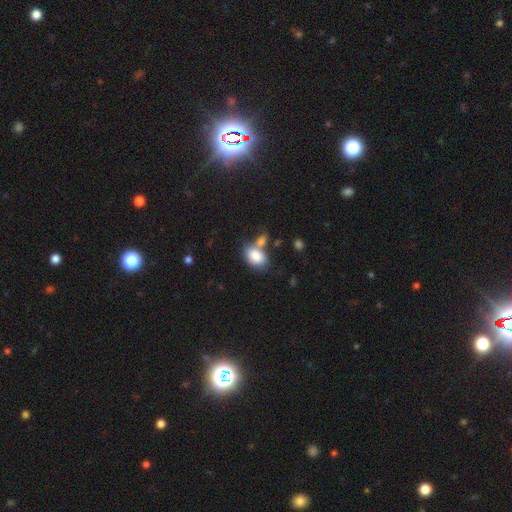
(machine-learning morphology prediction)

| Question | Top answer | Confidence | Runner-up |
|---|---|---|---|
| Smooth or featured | smooth | 84% | featured or disk (8%) |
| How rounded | in between | 83% | round (16%) |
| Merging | none | 42% | merger (36%) |